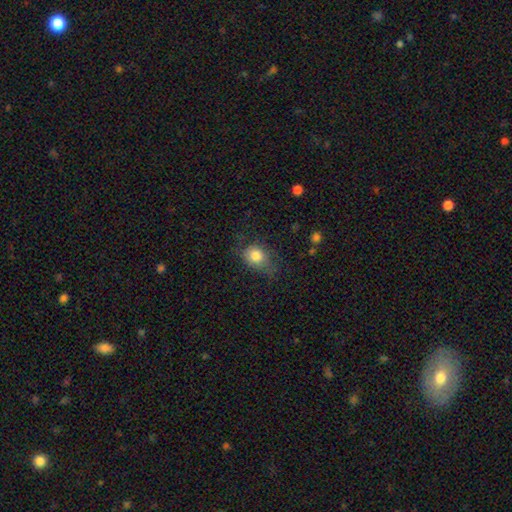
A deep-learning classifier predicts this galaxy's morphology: smooth 79%, featured or disk 11%, star or artifact 10%. Down the decision tree: how rounded — round (56%); merging — none (53%).